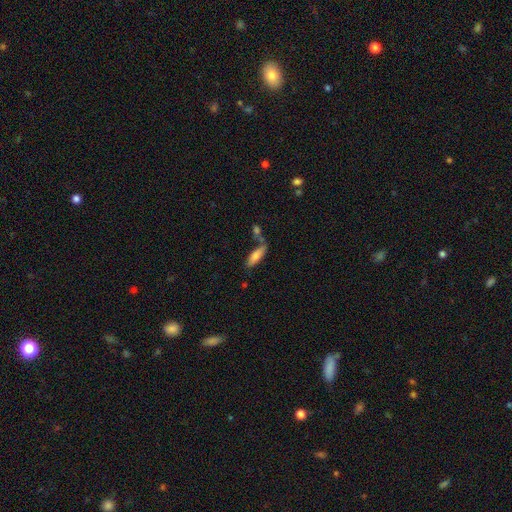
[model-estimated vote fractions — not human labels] Morphology: type=smooth (74%); roundness=in between (52%); merging=none (59%).